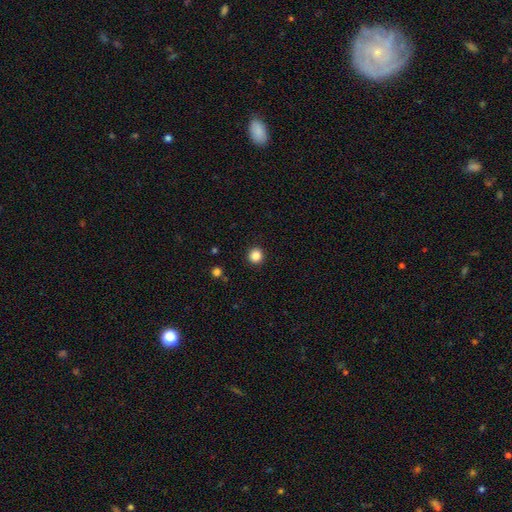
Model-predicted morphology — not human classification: type=smooth (85%); roundness=round (94%); merging=none (93%).